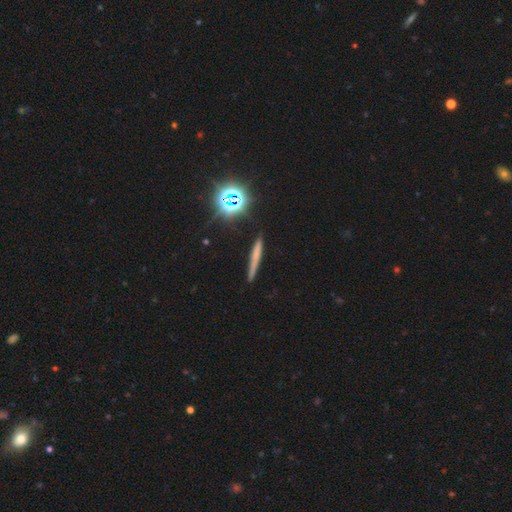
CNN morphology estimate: A smooth galaxy with no disk features (51%) that is cigar-shaped (92%). Merging: none (85%).